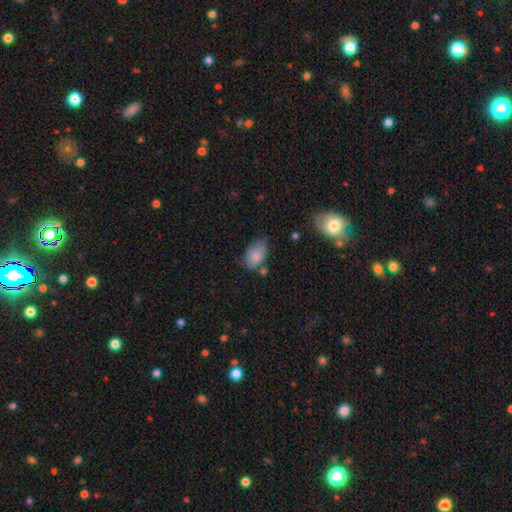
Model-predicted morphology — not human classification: Smooth or featured?
  - smooth: 80% *
  - featured or disk: 12%
  - star or artifact: 8%
How rounded?
  - in between: 90% *
  - round: 9%
  - cigar-shaped: 1%
Merging?
  - none: 50% *
  - minor disturbance: 32%
  - major disturbance: 10%
  - merger: 8%